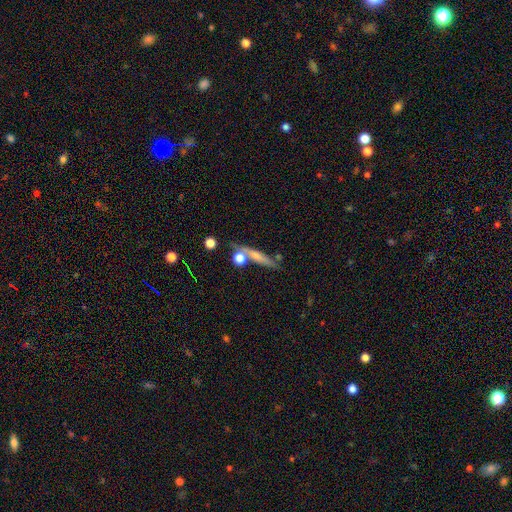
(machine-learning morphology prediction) A smooth galaxy with no disk features (53%) that is cigar-shaped (80%). Merging: none (64%).